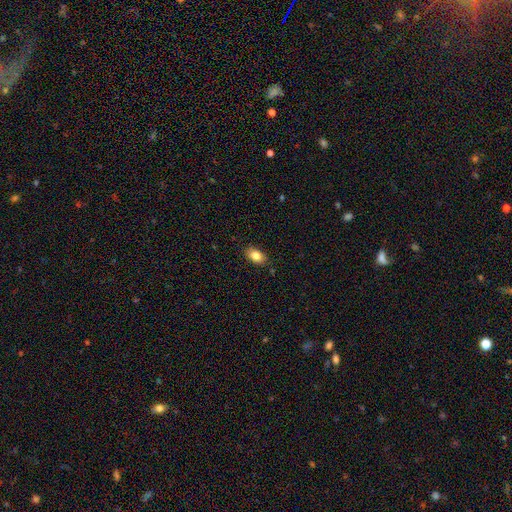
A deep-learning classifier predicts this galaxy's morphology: Smooth or featured? Predicted: smooth (p=0.84). How rounded? Predicted: in between (p=0.86). Merging? Predicted: none (p=0.86).